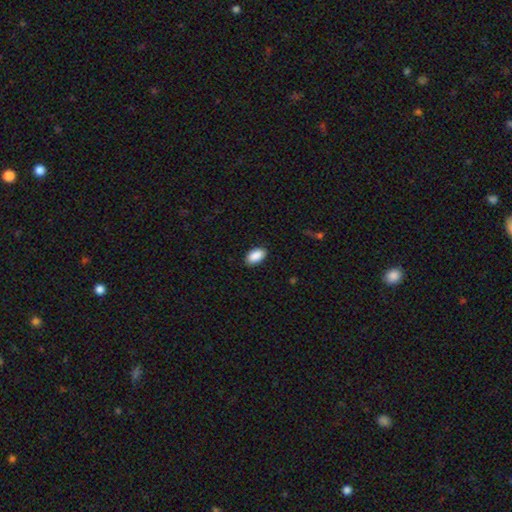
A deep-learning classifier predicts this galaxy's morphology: smooth-or-featured: smooth: 91% | star or artifact: 7% | featured or disk: 3%
  how-rounded: in between: 94% | round: 4% | cigar-shaped: 2%
  merging: none: 89% | minor disturbance: 8% | major disturbance: 2% | merger: 1%